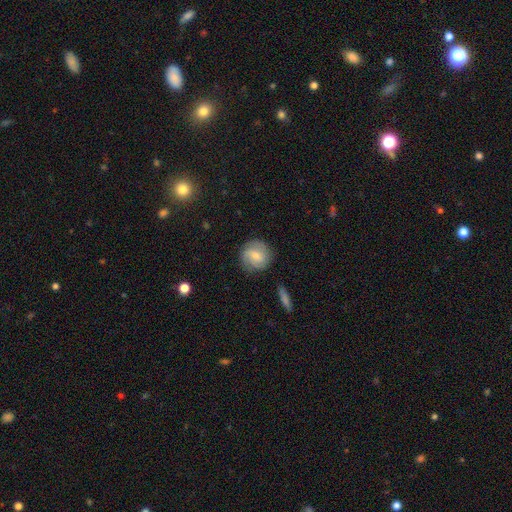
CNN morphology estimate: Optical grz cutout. It shows a featured or disk galaxy (55%) with a weak bar (50%), spiral arms (90%) and a small central bulge (53%). Merging: none (81%).